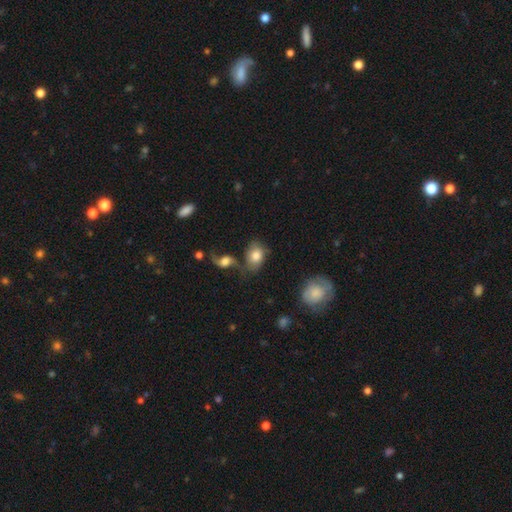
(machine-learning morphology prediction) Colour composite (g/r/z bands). It shows a smooth galaxy with no disk features (74%) that is in between round and cigar-shaped (72%). Merging: none (47%).